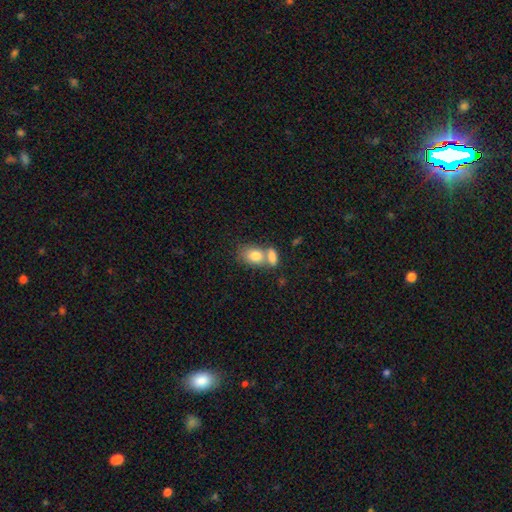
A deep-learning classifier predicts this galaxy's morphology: smooth 80%, featured or disk 13%, star or artifact 8%. Down the decision tree: how rounded — in between (77%); merging — merger (56%).